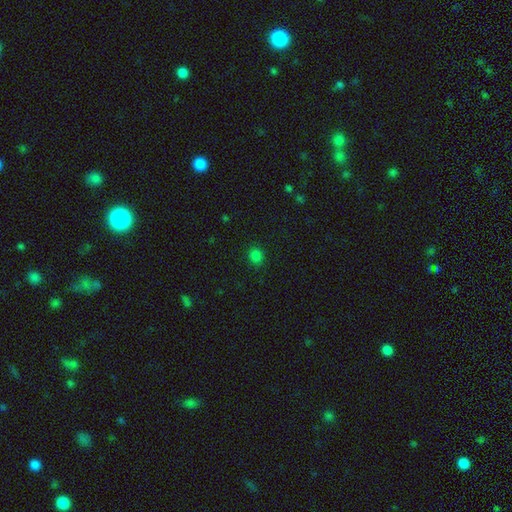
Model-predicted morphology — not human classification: Overall: smooth (80%). How rounded: round (78%). Merging: none (90%).